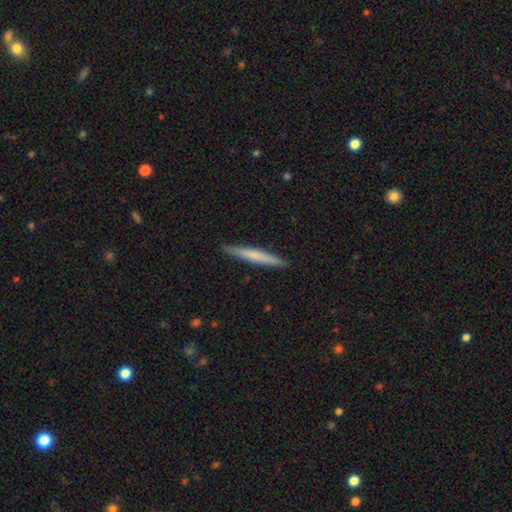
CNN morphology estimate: type=smooth (59%); roundness=cigar-shaped (96%); merging=none (91%).